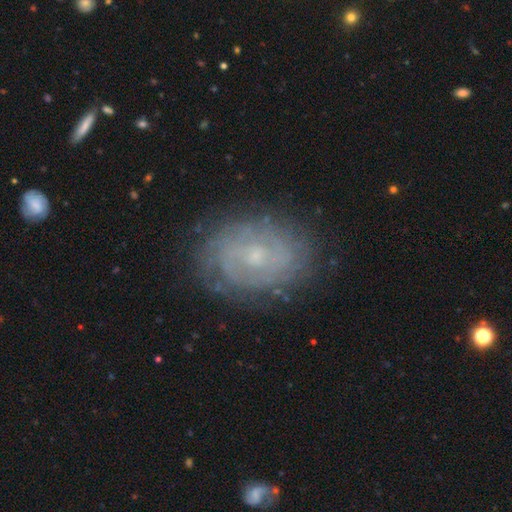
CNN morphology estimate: smooth_or_featured: featured or disk (p=0.72) [alt: smooth p=0.19]
disk_edge_on: no (p=0.96) [alt: yes p=0.04]
bar: no (p=0.66) [alt: weak p=0.30]
has_spiral_arms: yes (p=0.83) [alt: no p=0.17]
spiral_winding: tight (p=0.68) [alt: medium p=0.24]
spiral_arm_count: can't tell (p=0.49) [alt: 2 p=0.28]
bulge_size: small (p=0.62) [alt: moderate p=0.32]
merging: none (p=0.80) [alt: minor disturbance p=0.14]